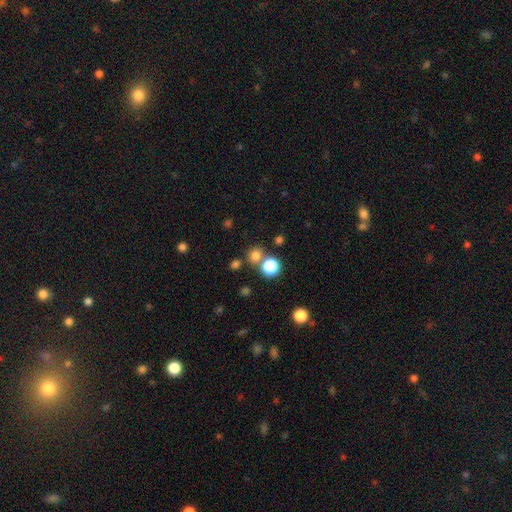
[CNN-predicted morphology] Smooth or featured: smooth — 75% (star or artifact — 20%)
How rounded: round — 83% (in between — 16%)
Merging: none — 70% (merger — 19%)